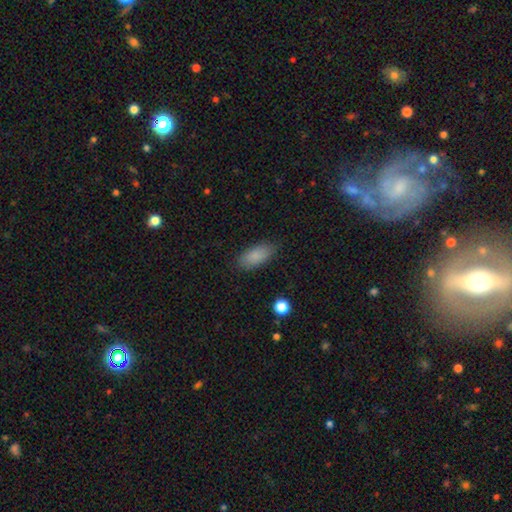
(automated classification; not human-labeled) Q: Smooth or featured?
A: smooth (87%); runner-up: star or artifact (7%)
Q: How rounded?
A: in between (86%); runner-up: cigar-shaped (11%)
Q: Merging?
A: none (84%); runner-up: minor disturbance (12%)